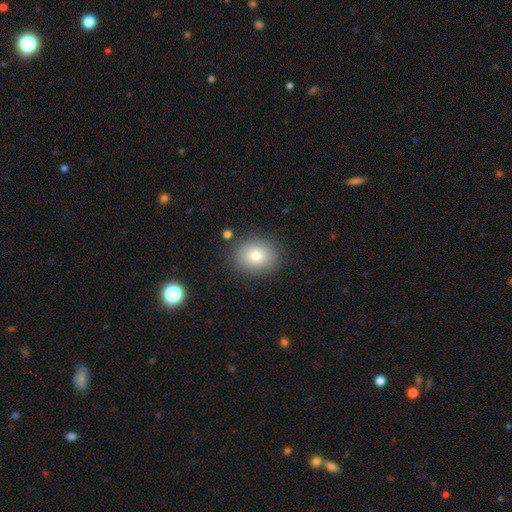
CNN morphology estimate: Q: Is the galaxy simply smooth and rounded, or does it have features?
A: smooth — 77%.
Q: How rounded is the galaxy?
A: round — 64%.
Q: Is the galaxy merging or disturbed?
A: none — 85%.